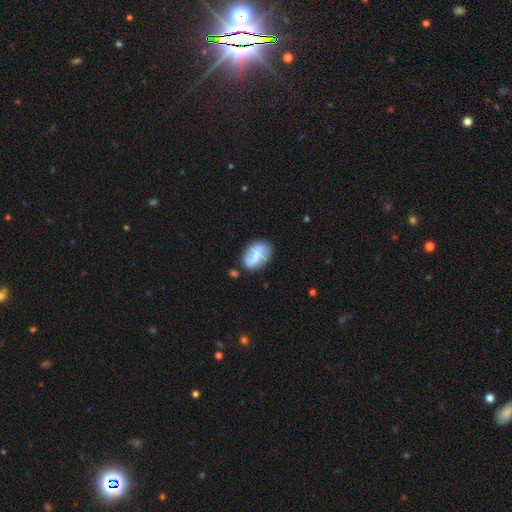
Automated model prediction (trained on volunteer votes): Smooth or featured: smooth — 62% (featured or disk — 31%)
How rounded: in between — 88% (round — 10%)
Merging: none — 69% (minor disturbance — 21%)